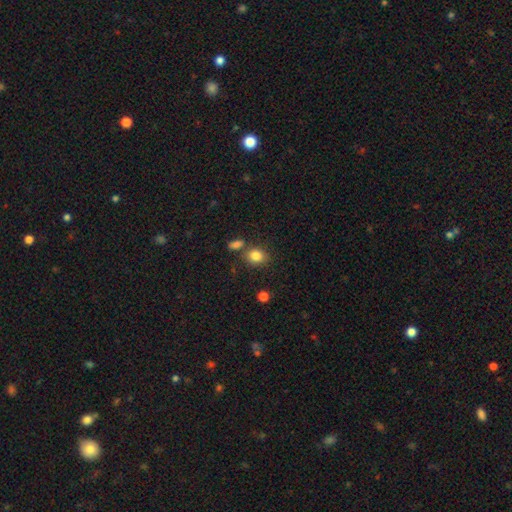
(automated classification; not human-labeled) Overall: smooth (83%). How rounded: round (56%; in between 43%). Merging: none (70%).